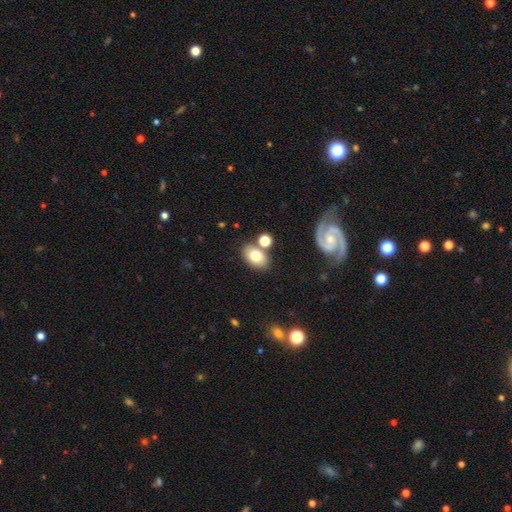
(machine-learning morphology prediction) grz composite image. It shows a smooth galaxy with no disk features (74%) that is in between round and cigar-shaped (78%). Merging: none (67%).